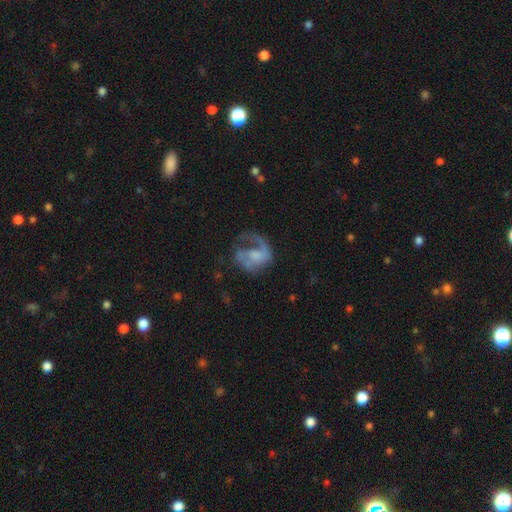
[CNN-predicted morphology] smooth-or-featured: featured or disk: 73% | smooth: 19% | star or artifact: 7%
  disk-edge-on: no: 98% | yes: 2%
    bar: no: 59% | weak: 34% | strong: 7%
    has-spiral-arms: yes: 86% | no: 14%
      spiral-winding: medium: 44% | loose: 37% | tight: 20%
      spiral-arm-count: 1: 60% | 2: 28% | can't tell: 7% | 3: 2% | 4: 1% | more than 4: 1%
    bulge-size: moderate: 33% | none: 28% | small: 27% | large: 11% | dominant: 2%
  merging: none: 43% | major disturbance: 36% | minor disturbance: 18% | merger: 4%